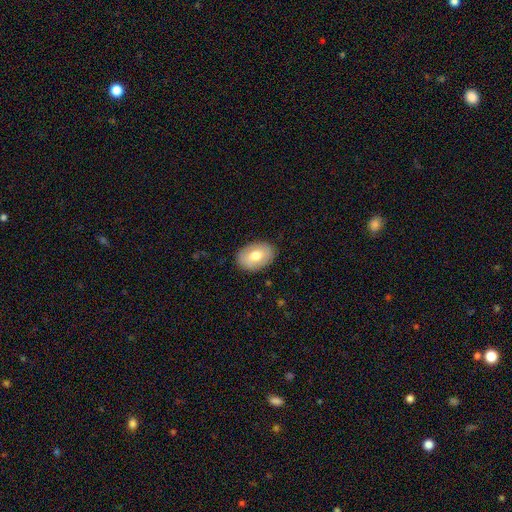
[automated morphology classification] type=smooth (69%); roundness=in between (85%); merging=none (87%).